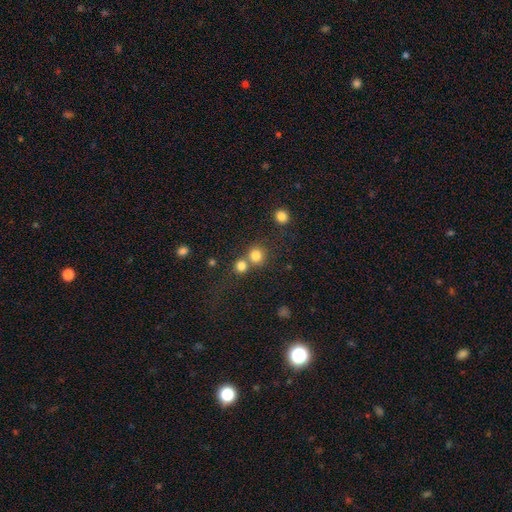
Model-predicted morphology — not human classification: smooth-or-featured: smooth: 80% | star or artifact: 13% | featured or disk: 7%
  how-rounded: round: 89% | in between: 10% | cigar-shaped: 1%
  merging: none: 57% | merger: 34% | minor disturbance: 6% | major disturbance: 3%